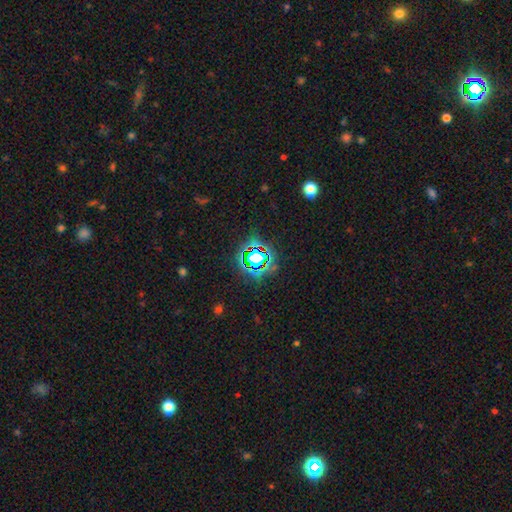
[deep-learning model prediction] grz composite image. It shows a star or artifact, not a galaxy (70%).